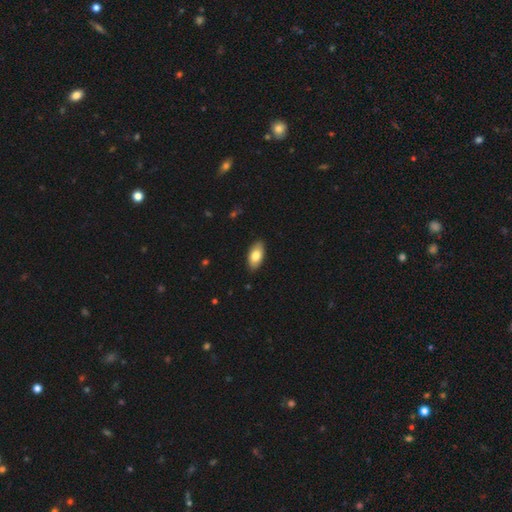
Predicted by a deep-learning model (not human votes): Smooth or featured? smooth (81%)
How rounded? in between (93%)
Merging? none (88%)